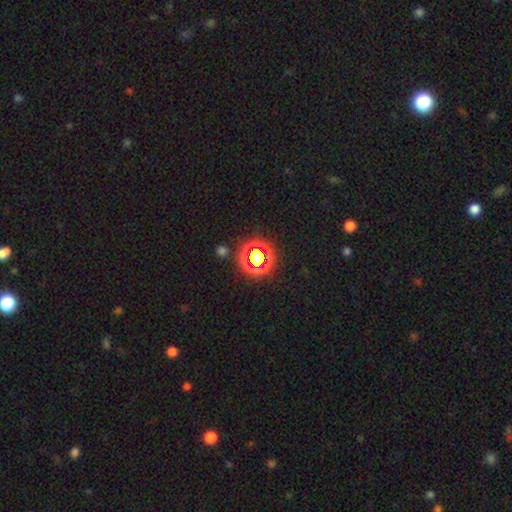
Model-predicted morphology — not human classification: Smooth or featured? Predicted: star or artifact (p=0.56).